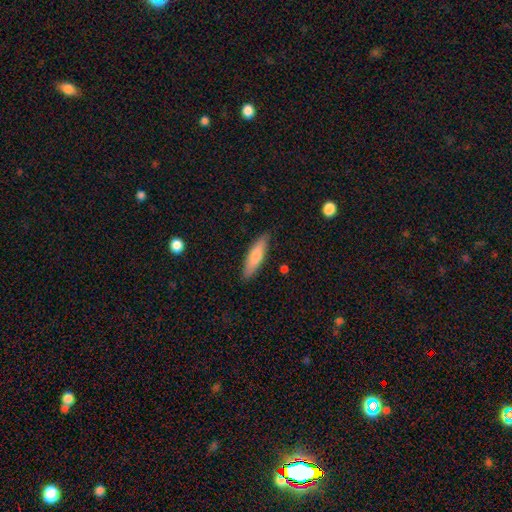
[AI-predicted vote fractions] smooth 74%, featured or disk 21%, star or artifact 6%. Down the decision tree: how rounded — cigar-shaped (68%); merging — none (86%).